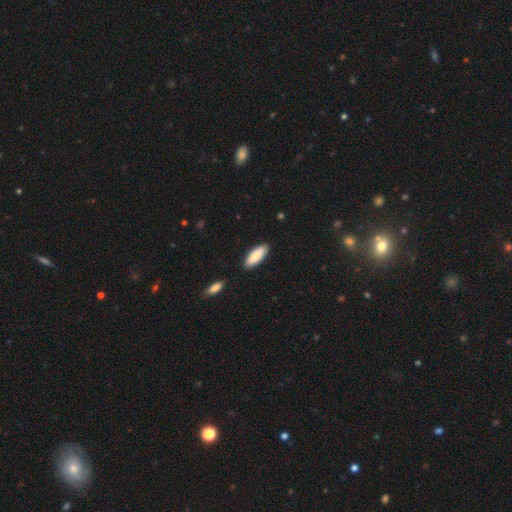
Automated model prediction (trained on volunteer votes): Smooth or featured? smooth (86%)
How rounded? in between (62%)
Merging? none (87%)